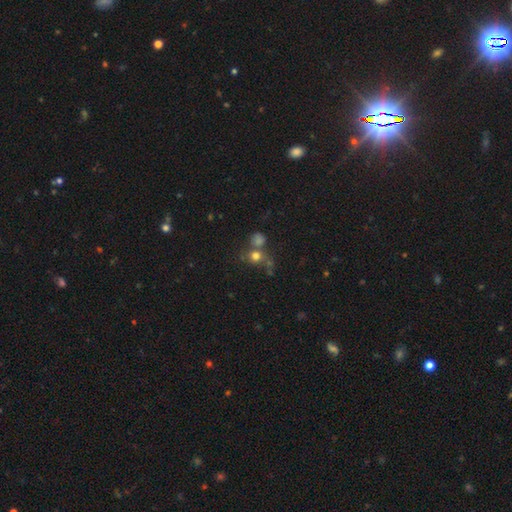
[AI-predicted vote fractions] Smooth or featured? smooth (70%)
How rounded? round (85%)
Merging? none (51%)